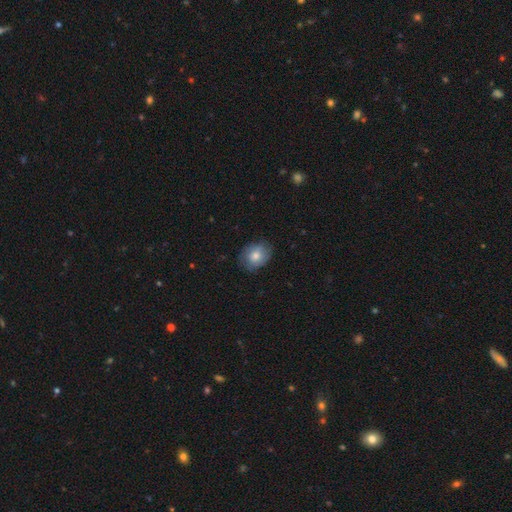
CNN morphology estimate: The model was most divided on "how rounded": in between: 55%, round: 44%, cigar-shaped: 1%. More confident: merging — none (77%); smooth or featured — smooth (75%).